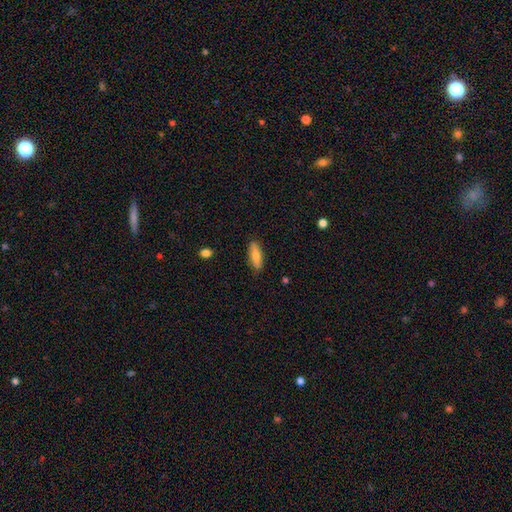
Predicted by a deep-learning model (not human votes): smooth 77%, featured or disk 17%, star or artifact 6%. Down the decision tree: how rounded — in between (52%); merging — none (86%).